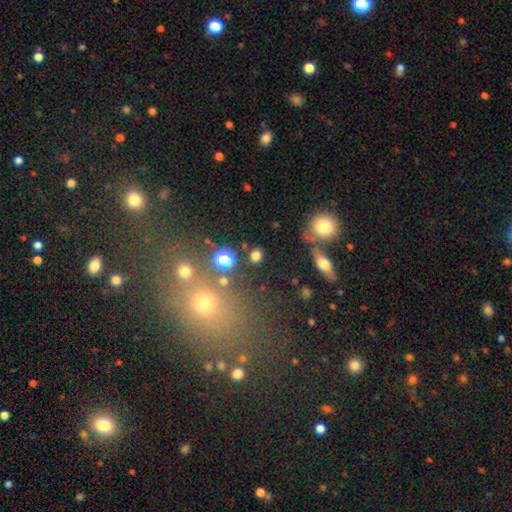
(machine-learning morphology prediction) smooth 74%, star or artifact 18%, featured or disk 8%. Down the decision tree: how rounded — round (66%); merging — none (82%).